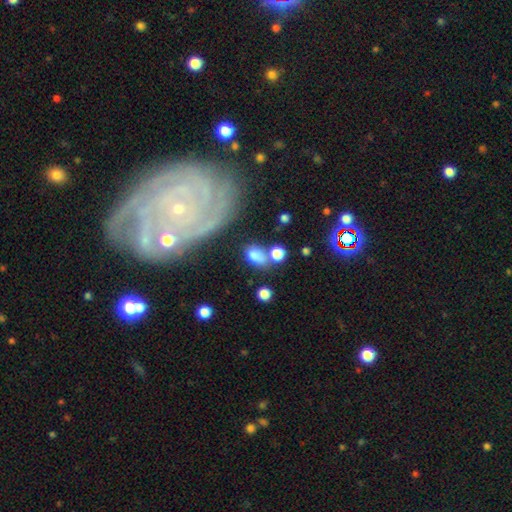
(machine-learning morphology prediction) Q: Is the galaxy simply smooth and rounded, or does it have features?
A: smooth — 75%.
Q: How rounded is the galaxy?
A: in between — 78%.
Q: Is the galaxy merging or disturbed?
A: none — 48%.